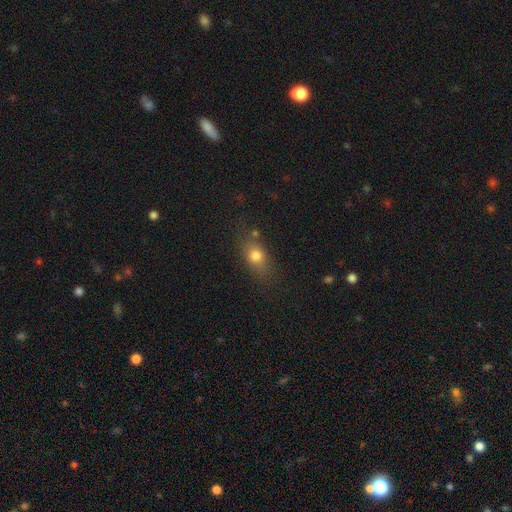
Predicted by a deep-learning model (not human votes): This is likely a smooth galaxy (75%). How rounded: likely in between (63%). Merging: likely none (69%).